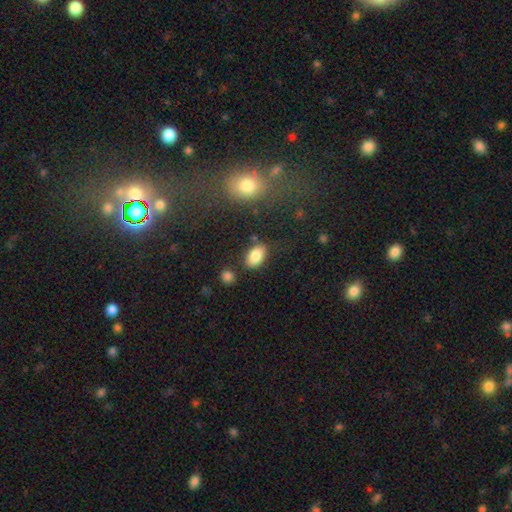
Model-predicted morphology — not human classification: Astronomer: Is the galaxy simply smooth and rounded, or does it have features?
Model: smooth — 85%.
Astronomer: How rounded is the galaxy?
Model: in between — 91%.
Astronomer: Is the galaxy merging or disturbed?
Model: none — 76%.